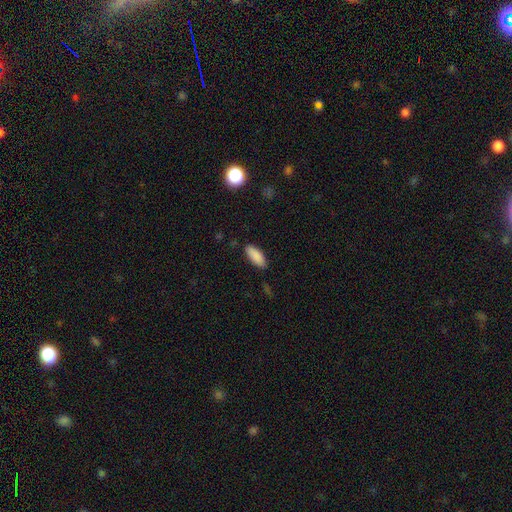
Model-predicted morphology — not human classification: A smooth galaxy with no disk features (89%) that is in between round and cigar-shaped (81%). Merging: none (85%).